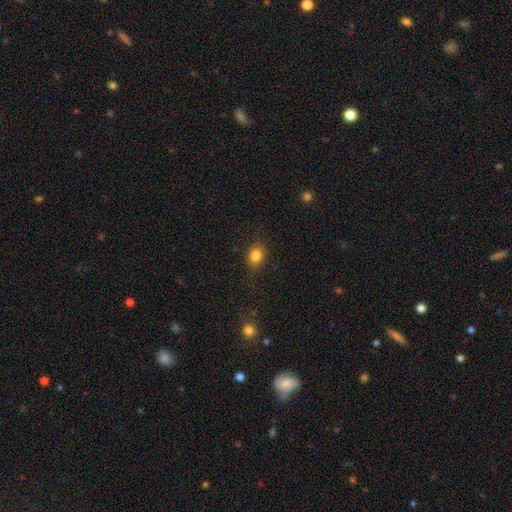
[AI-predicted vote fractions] This is clearly a smooth galaxy (84%). How rounded: possibly round (53%). Merging: clearly none (85%).